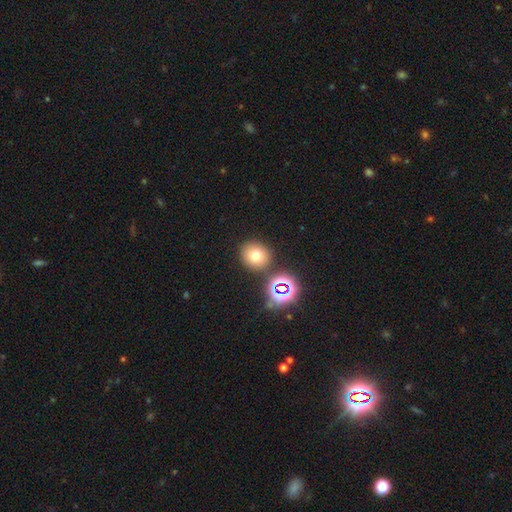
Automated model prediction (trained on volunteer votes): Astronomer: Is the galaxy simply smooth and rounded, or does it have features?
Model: smooth — 71%.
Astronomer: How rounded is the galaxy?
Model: round — 84%.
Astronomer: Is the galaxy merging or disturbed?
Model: none — 80%.